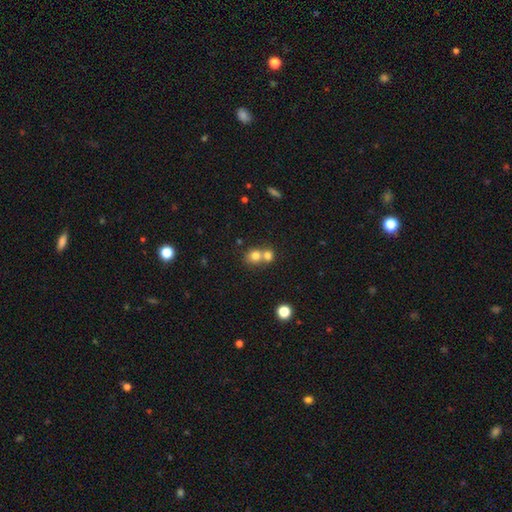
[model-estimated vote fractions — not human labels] Morphology: type=smooth (76%); roundness=round (78%); merging=merger (57%).